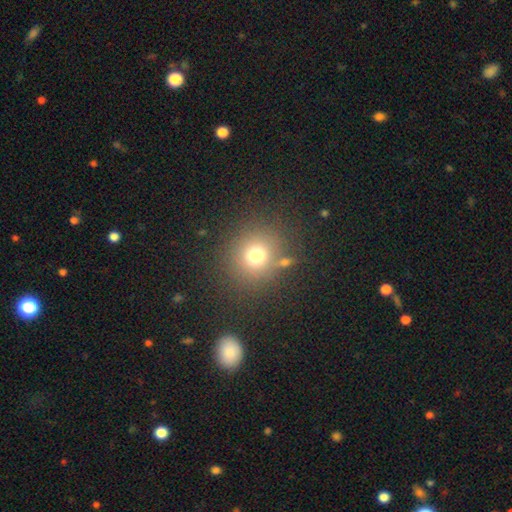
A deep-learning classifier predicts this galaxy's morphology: Q: Smooth or featured?
A: smooth (73%); runner-up: star or artifact (18%)
Q: How rounded?
A: round (88%); runner-up: in between (11%)
Q: Merging?
A: none (79%); runner-up: minor disturbance (9%)